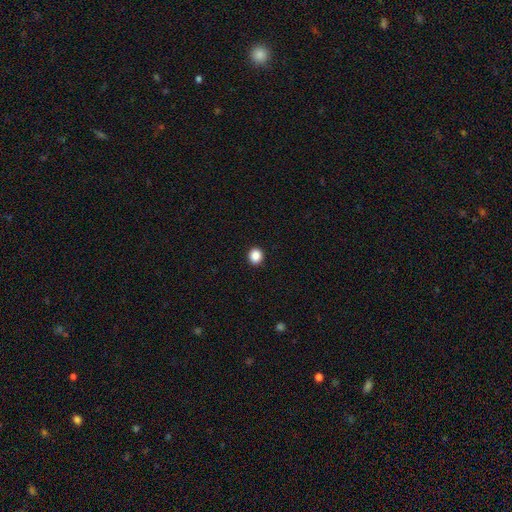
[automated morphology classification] Q: Smooth or featured?
A: smooth (88%); runner-up: star or artifact (10%)
Q: How rounded?
A: round (84%); runner-up: in between (15%)
Q: Merging?
A: none (93%); runner-up: minor disturbance (5%)